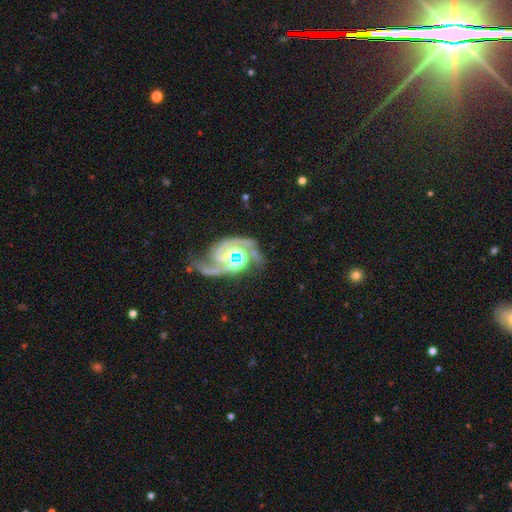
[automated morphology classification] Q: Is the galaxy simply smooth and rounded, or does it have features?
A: featured or disk — 86%.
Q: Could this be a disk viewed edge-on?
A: no — 97%.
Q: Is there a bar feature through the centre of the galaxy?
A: no — 53%.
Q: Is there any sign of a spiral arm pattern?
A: yes — 97%.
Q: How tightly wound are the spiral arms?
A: medium — 52%.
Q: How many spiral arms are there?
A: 2 — 83%.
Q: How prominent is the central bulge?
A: moderate — 43%.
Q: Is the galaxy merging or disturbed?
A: none — 65%.